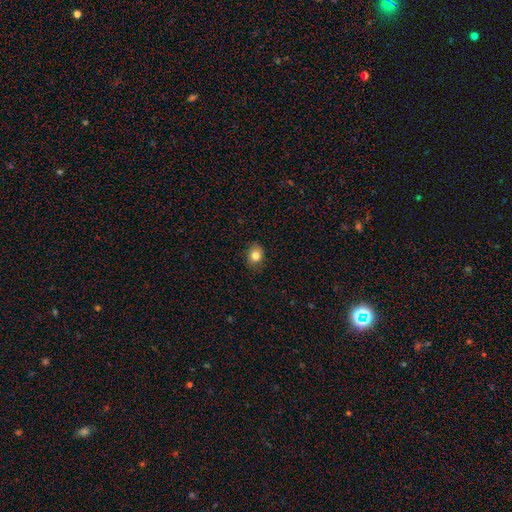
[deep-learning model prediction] Q: Smooth or featured?
A: smooth (82%); runner-up: star or artifact (11%)
Q: How rounded?
A: round (54%); runner-up: in between (45%)
Q: Merging?
A: none (87%); runner-up: minor disturbance (10%)